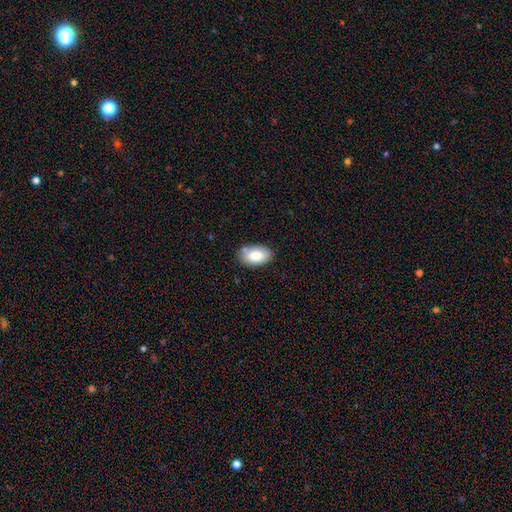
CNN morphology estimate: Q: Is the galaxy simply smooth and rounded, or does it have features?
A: smooth — 83%.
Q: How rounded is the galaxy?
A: in between — 93%.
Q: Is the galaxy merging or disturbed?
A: none — 78%.